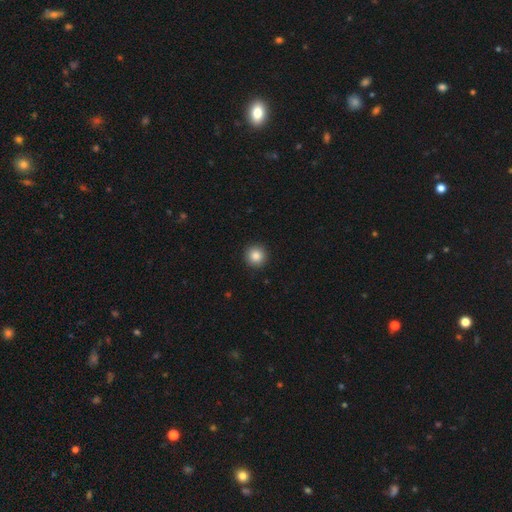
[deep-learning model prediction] This is clearly a smooth galaxy (87%). How rounded: clearly round (95%). Merging: clearly none (93%).